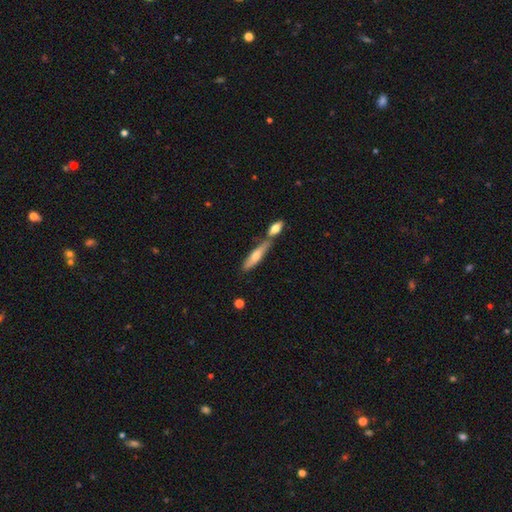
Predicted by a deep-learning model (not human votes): Q: Smooth or featured?
A: smooth (59%); runner-up: featured or disk (34%)
Q: How rounded?
A: cigar-shaped (75%); runner-up: in between (24%)
Q: Merging?
A: none (45%); runner-up: merger (39%)